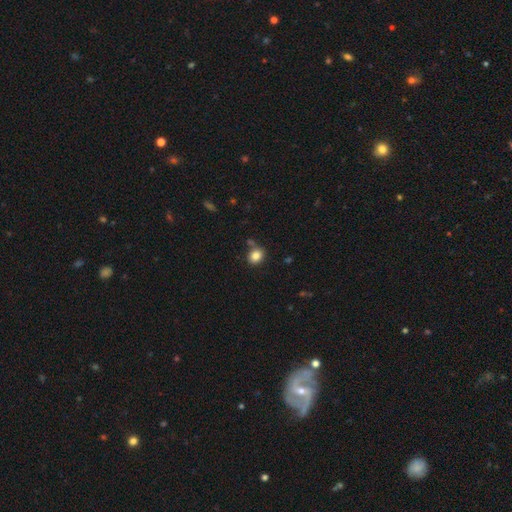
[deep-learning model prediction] Smooth or featured? smooth (83%)
How rounded? round (61%)
Merging? none (74%)